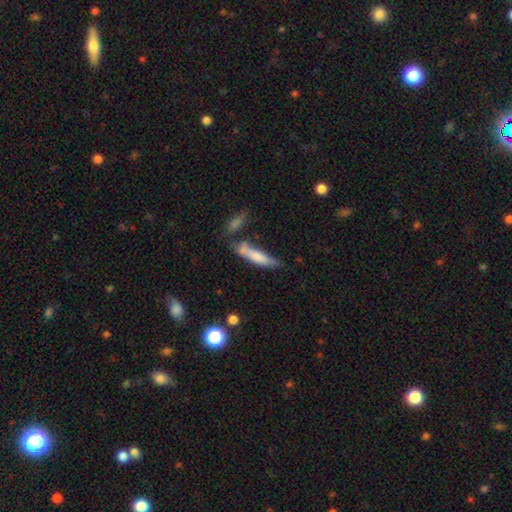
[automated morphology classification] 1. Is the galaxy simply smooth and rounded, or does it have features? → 70% smooth, 23% featured or disk, 7% star or artifact.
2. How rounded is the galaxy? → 76% cigar-shaped, 23% in between, 2% round.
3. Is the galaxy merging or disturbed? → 43% none, 25% merger, 22% minor disturbance, 11% major disturbance.